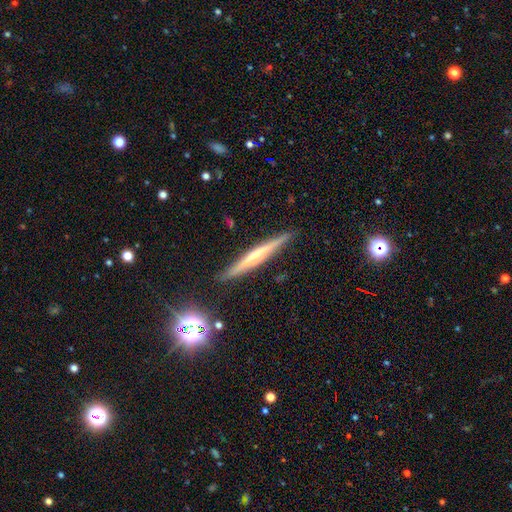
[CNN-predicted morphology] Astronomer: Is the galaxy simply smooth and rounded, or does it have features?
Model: featured or disk — 68%.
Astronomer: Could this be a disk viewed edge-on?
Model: yes — 97%.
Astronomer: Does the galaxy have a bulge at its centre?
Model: rounded — 61%.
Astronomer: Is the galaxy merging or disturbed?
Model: none — 90%.